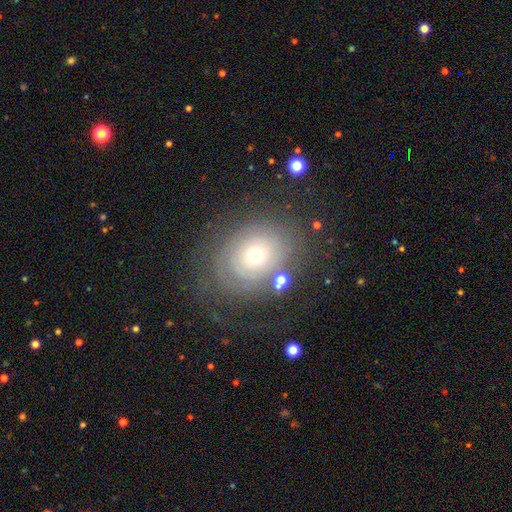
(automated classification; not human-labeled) Overall: featured or disk (55%; smooth 33%). Edge-on disk: no (95%). Bar: no (89%). Spiral arms: yes (62%; no 38%). Bulge size: moderate (52%; small 40%). Merging: none (68%).